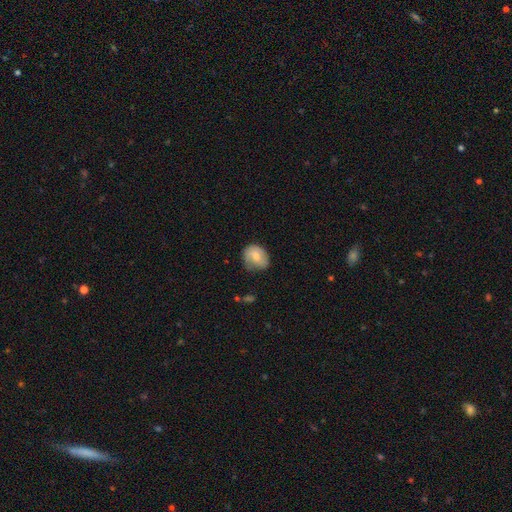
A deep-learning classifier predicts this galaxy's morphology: Q: Smooth or featured?
A: smooth (64%); runner-up: featured or disk (29%)
Q: How rounded?
A: round (56%); runner-up: in between (43%)
Q: Merging?
A: none (58%); runner-up: minor disturbance (31%)